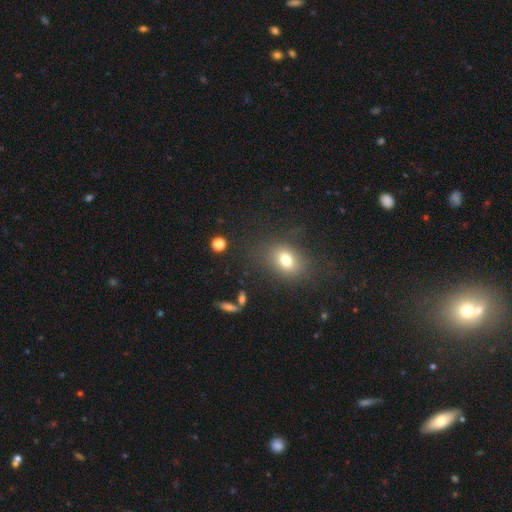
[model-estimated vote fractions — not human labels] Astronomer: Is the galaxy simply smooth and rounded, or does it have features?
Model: smooth — 63%.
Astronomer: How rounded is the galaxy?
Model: in between — 53% (runner-up: round, 45%).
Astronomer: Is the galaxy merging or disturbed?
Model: none — 82%.